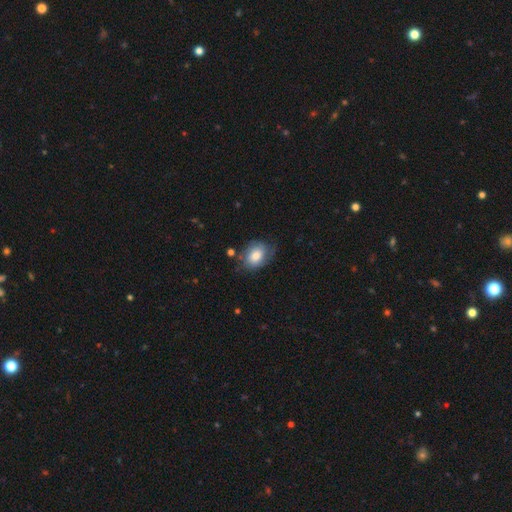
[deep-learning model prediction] Smooth or featured: smooth — 70% (featured or disk — 22%)
How rounded: in between — 69% (round — 30%)
Merging: none — 60% (minor disturbance — 27%)